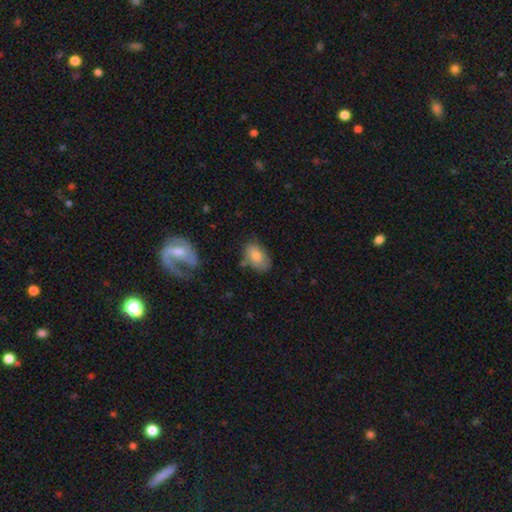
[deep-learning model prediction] Smooth or featured: smooth — 73% (featured or disk — 20%)
How rounded: in between — 90% (round — 8%)
Merging: none — 66% (minor disturbance — 22%)